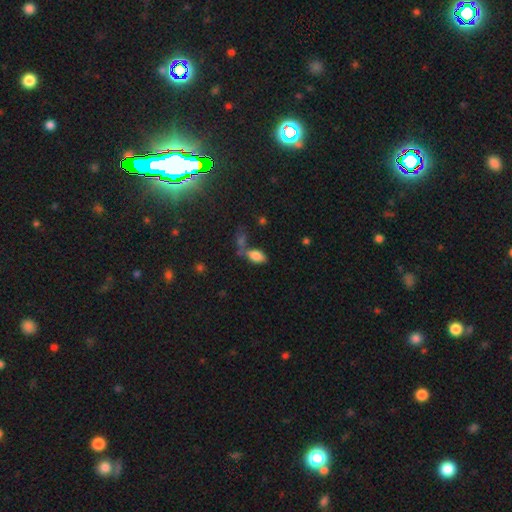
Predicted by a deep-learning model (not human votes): smooth_or_featured: smooth (p=0.80) [alt: featured or disk p=0.10]
how_rounded: in between (p=0.91) [alt: cigar-shaped p=0.06]
merging: none (p=0.50) [alt: merger p=0.26]